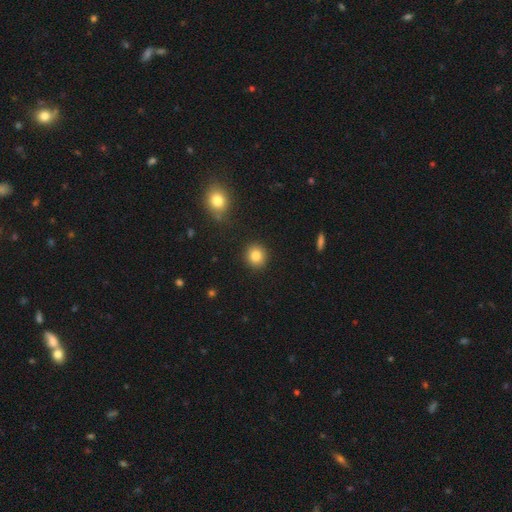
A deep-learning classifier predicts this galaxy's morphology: Smooth or featured? smooth (84%)
How rounded? round (89%)
Merging? none (90%)